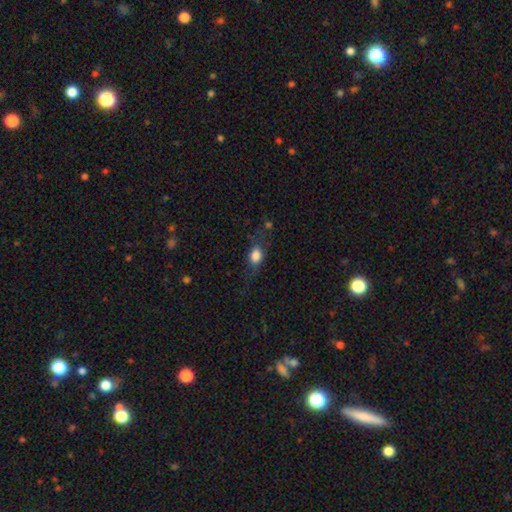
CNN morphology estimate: This is likely a smooth galaxy (73%). How rounded: likely in between (63%). Merging: possibly none (56%).